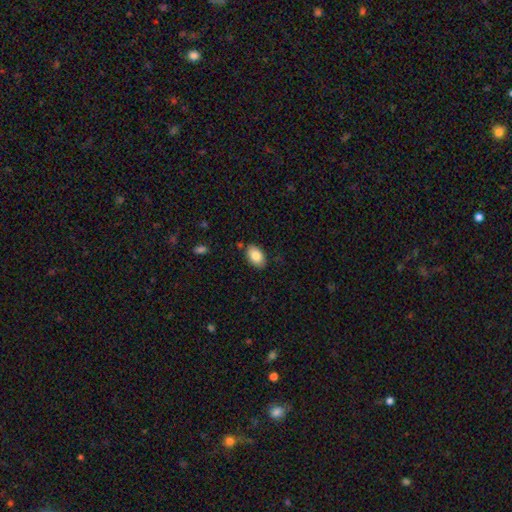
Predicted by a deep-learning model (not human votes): A smooth galaxy with no disk features (84%) that is in between round and cigar-shaped (92%).

Vote fractions:
- Smooth or featured? smooth: 84% / featured or disk: 10% / star or artifact: 7%
- How rounded? in between: 92% / round: 7% / cigar-shaped: 1%
- Merging? none: 83% / minor disturbance: 12% / merger: 2% / major disturbance: 2%